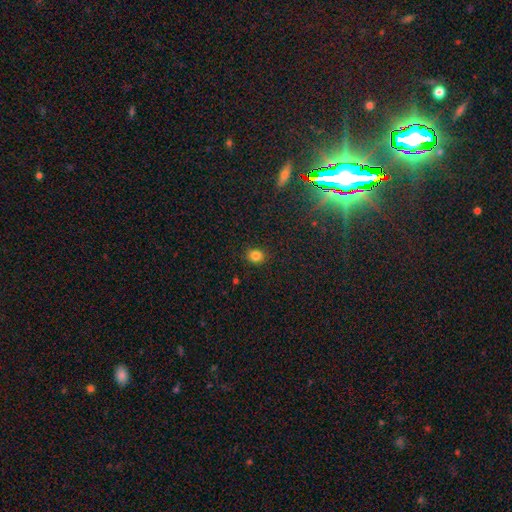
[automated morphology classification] smooth 83%, star or artifact 12%, featured or disk 4%. Down the decision tree: how rounded — round (71%); merging — none (88%).